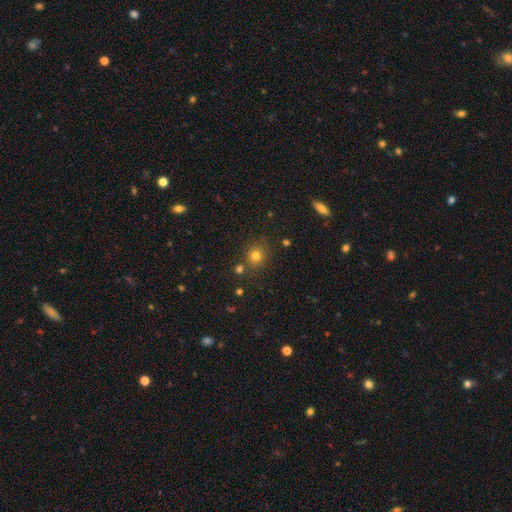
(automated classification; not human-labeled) Smooth or featured: smooth — 77% (star or artifact — 16%)
How rounded: round — 87% (in between — 12%)
Merging: none — 79% (minor disturbance — 9%)